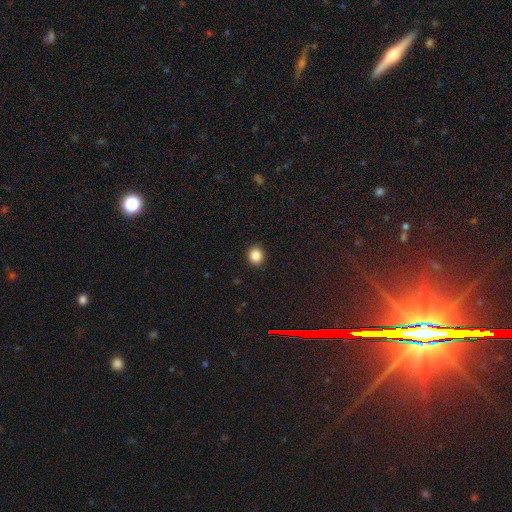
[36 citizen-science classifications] Smooth or featured?
  - smooth: 92% *
  - featured or disk: 6%
  - star or artifact: 3%
How rounded?
  - round: 88% *
  - in between: 12%
  - cigar-shaped: 0%
Merging?
  - none: 86% *
  - minor disturbance: 9%
  - major disturbance: 6%
  - merger: 0%